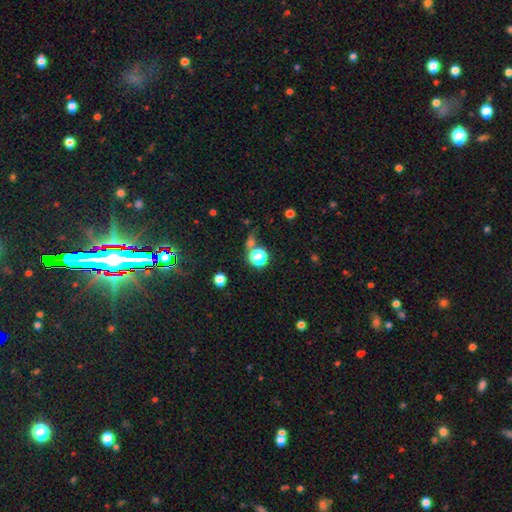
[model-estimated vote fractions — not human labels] smooth-or-featured: star or artifact: 74% | smooth: 16% | featured or disk: 10%